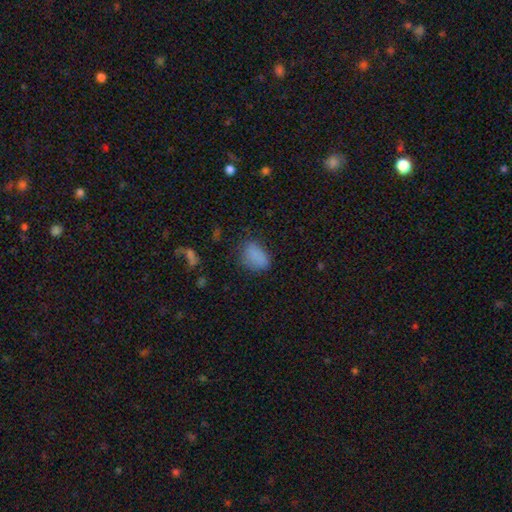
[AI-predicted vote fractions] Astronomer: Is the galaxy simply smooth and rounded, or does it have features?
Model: smooth — 82%.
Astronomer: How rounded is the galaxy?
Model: in between — 83%.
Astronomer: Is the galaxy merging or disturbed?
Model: none — 64%.